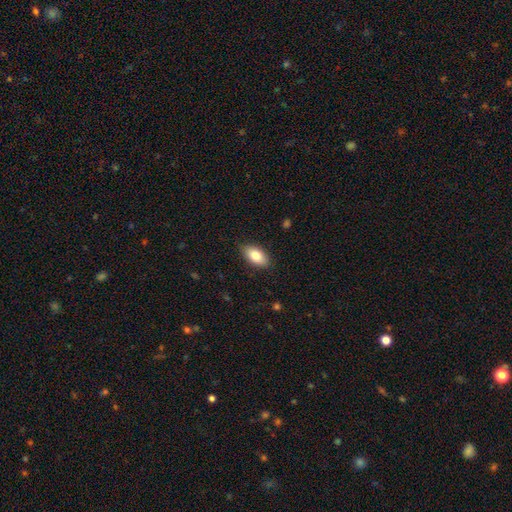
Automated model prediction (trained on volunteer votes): smooth-or-featured: smooth: 82% | featured or disk: 12% | star or artifact: 7%
  how-rounded: in between: 93% | round: 4% | cigar-shaped: 3%
  merging: none: 86% | minor disturbance: 11% | major disturbance: 2% | merger: 1%